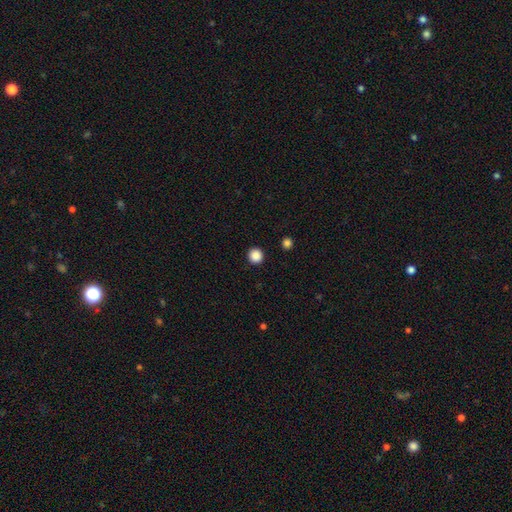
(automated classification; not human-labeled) Morphology: type=smooth (87%); roundness=round (93%); merging=none (93%).